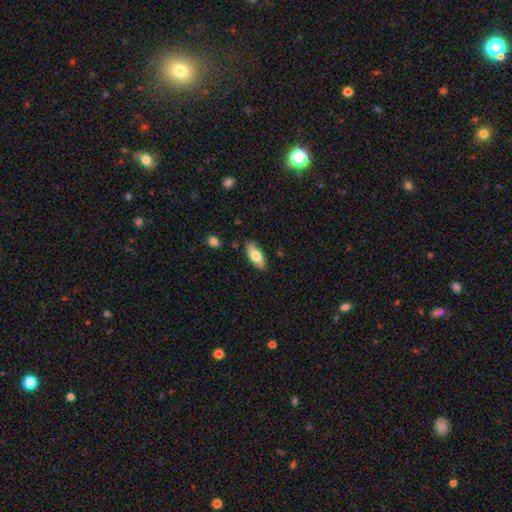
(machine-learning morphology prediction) Q: Smooth or featured?
A: smooth (70%); runner-up: featured or disk (24%)
Q: How rounded?
A: in between (79%); runner-up: cigar-shaped (18%)
Q: Merging?
A: none (84%); runner-up: minor disturbance (12%)